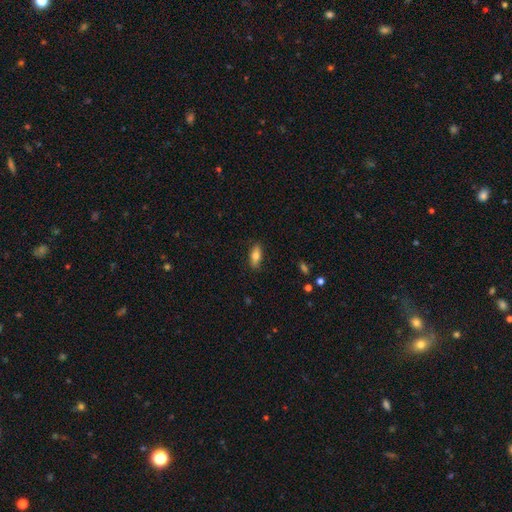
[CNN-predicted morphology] A smooth galaxy with no disk features (75%) that is in between round and cigar-shaped (75%). Merging: none (87%).